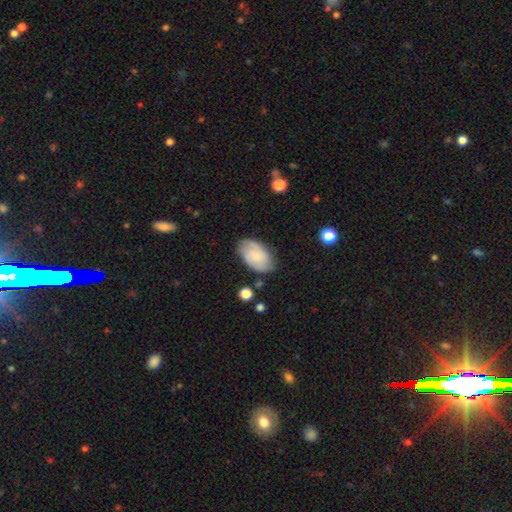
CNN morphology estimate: A smooth galaxy with no disk features (55%) that is in between round and cigar-shaped (93%).

Vote fractions:
- Smooth or featured? smooth: 55% / featured or disk: 38% / star or artifact: 8%
- How rounded? in between: 93% / round: 6% / cigar-shaped: 1%
- Merging? none: 77% / minor disturbance: 17% / major disturbance: 4% / merger: 2%